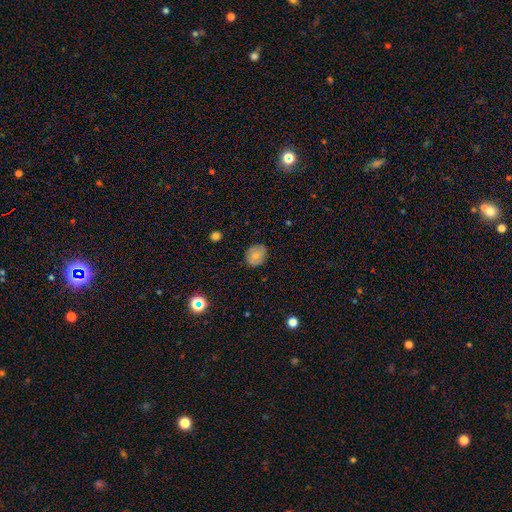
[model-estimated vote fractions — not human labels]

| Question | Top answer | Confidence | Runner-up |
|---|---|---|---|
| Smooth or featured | smooth | 70% | featured or disk (21%) |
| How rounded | round | 60% | in between (39%) |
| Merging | none | 79% | minor disturbance (17%) |